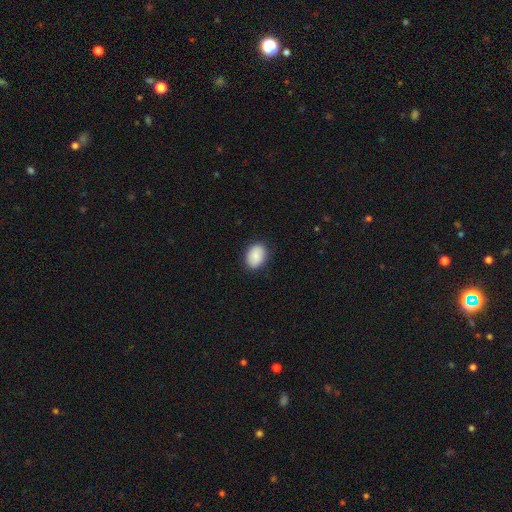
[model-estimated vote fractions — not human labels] A smooth galaxy with no disk features (86%) that is in between round and cigar-shaped (70%). Merging: none (86%).